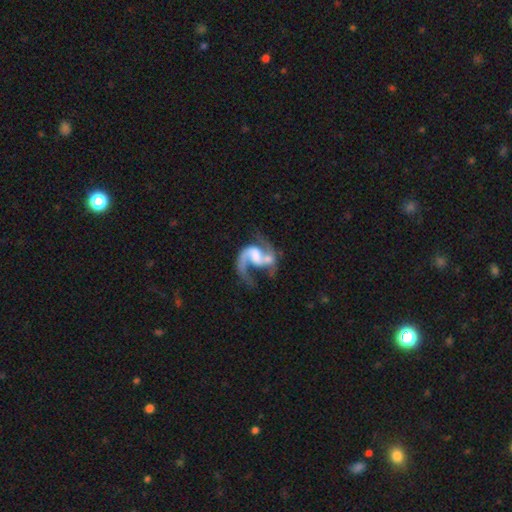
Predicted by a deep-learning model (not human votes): Overall: featured or disk (87%). Edge-on disk: no (98%). Bar: weak (41%; no 37%). Spiral arms: yes (95%). Spiral arm count: 2 (79%). Spiral winding: loose (52%; medium 41%). Bulge size: moderate (27%, tied with none). Merging: none (40%; major disturbance 26%).